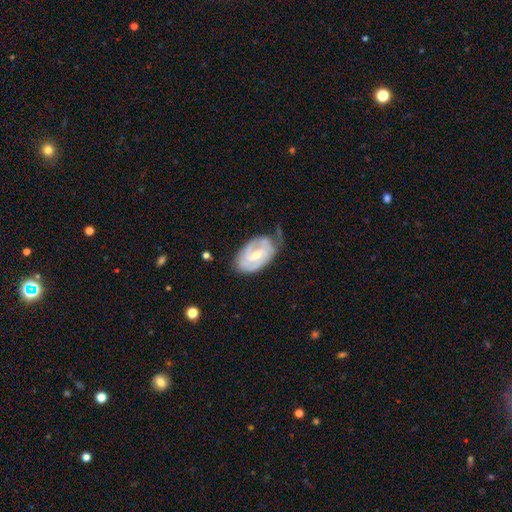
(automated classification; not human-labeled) Smooth or featured? featured or disk (82%)
Edge-on disk? no (97%)
Bar? weak (51%)
Spiral arms? yes (93%)
Spiral winding? tight (55%)
Spiral arm count? 2 (54%)
Bulge size? small (50%)
Merging? none (54%)